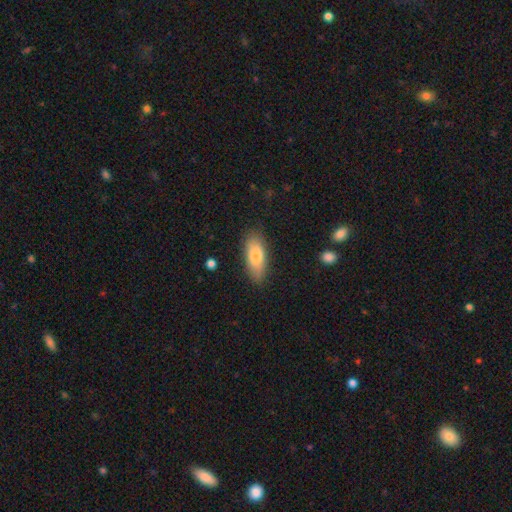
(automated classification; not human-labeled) smooth 78%, featured or disk 15%, star or artifact 6%. Down the decision tree: how rounded — in between (72%); merging — none (83%).